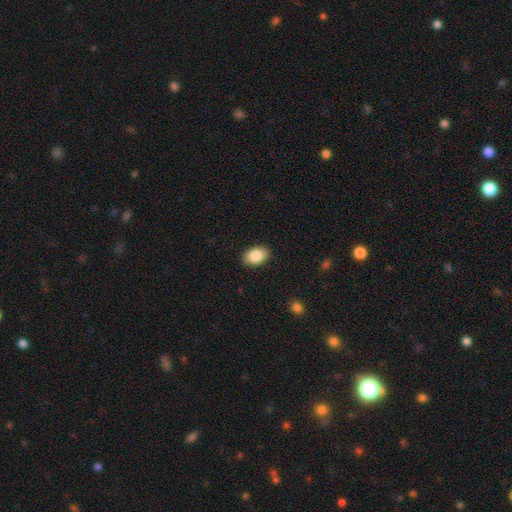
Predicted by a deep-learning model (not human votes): smooth_or_featured: smooth (p=0.87) [alt: star or artifact p=0.07]
how_rounded: in between (p=0.87) [alt: round p=0.12]
merging: none (p=0.89) [alt: minor disturbance p=0.08]